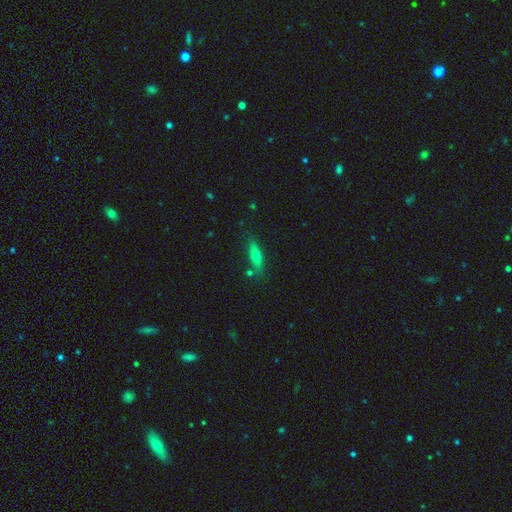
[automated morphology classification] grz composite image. It shows a smooth galaxy with no disk features (57%) that is cigar-shaped (66%). Merging: none (78%).